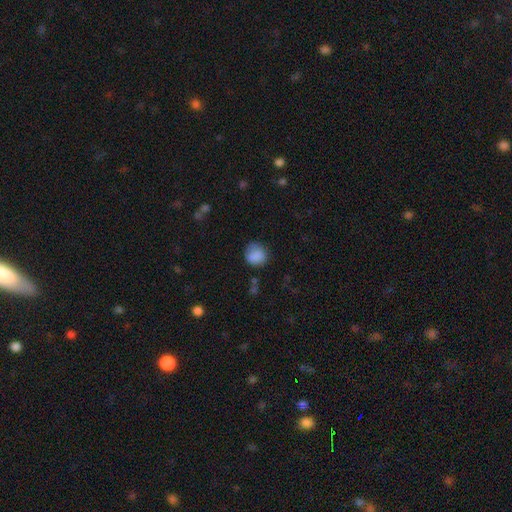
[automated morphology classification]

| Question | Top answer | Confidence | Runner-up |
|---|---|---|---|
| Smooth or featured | smooth | 84% | star or artifact (9%) |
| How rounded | round | 79% | in between (21%) |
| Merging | none | 70% | minor disturbance (21%) |